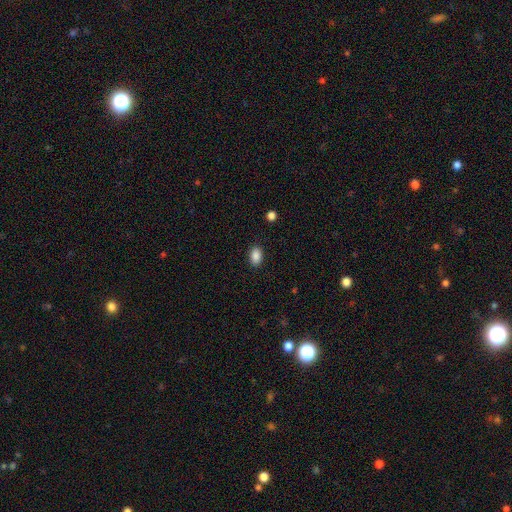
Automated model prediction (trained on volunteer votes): This is clearly a smooth galaxy (88%). How rounded: clearly in between (87%). Merging: clearly none (89%).